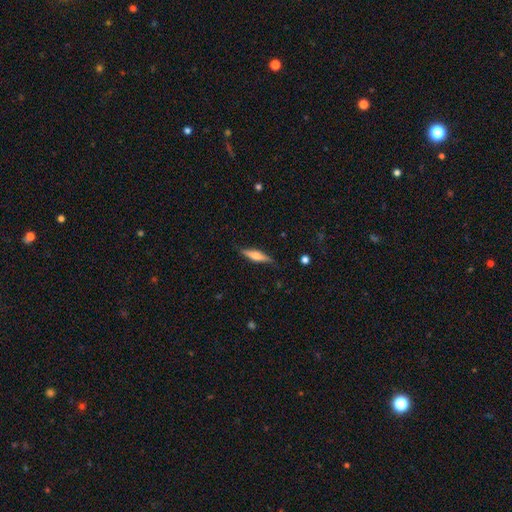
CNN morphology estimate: Overall: smooth (49%; featured or disk 45%). Merging: none (84%).